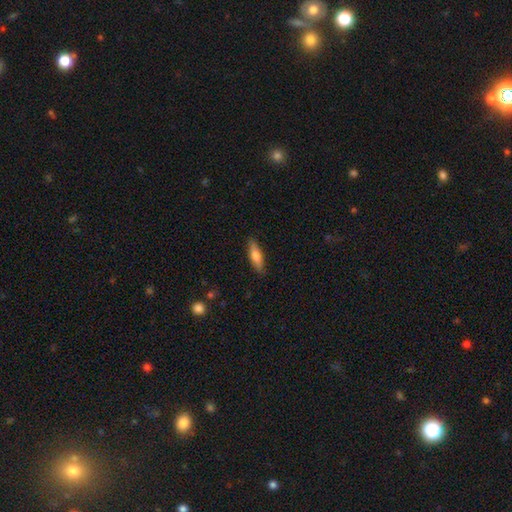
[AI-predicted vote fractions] A smooth galaxy with no disk features (67%) that is cigar-shaped (62%).

Vote fractions:
- Smooth or featured? smooth: 67% / featured or disk: 26% / star or artifact: 6%
- How rounded? cigar-shaped: 62% / in between: 36% / round: 2%
- Merging? none: 88% / minor disturbance: 9% / major disturbance: 2% / merger: 1%